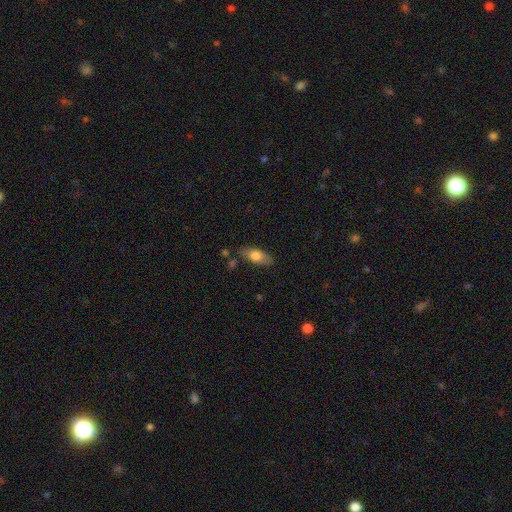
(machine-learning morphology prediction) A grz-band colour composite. It shows a smooth galaxy with no disk features (68%) that is in between round and cigar-shaped (79%). Merging: none (79%).